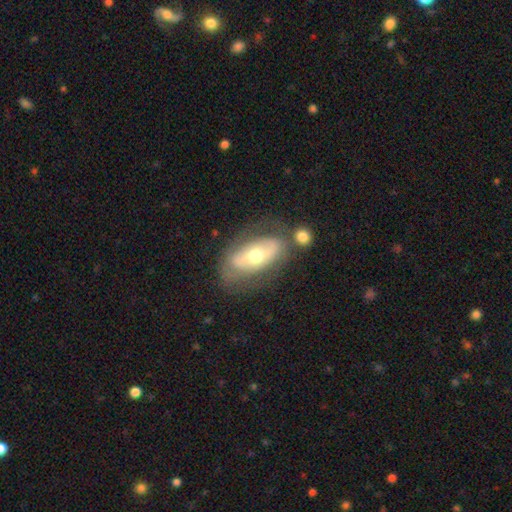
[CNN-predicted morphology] smooth-or-featured: featured or disk: 56% | smooth: 38% | star or artifact: 6%
  disk-edge-on: no: 86% | yes: 14%
  merging: none: 60% | minor disturbance: 19% | merger: 11% | major disturbance: 10%